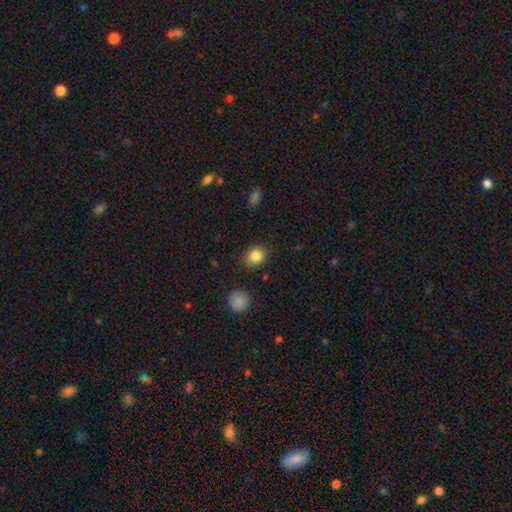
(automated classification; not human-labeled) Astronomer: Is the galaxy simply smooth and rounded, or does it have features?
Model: smooth — 84%.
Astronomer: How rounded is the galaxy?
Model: round — 62%.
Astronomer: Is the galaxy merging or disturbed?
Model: none — 83%.